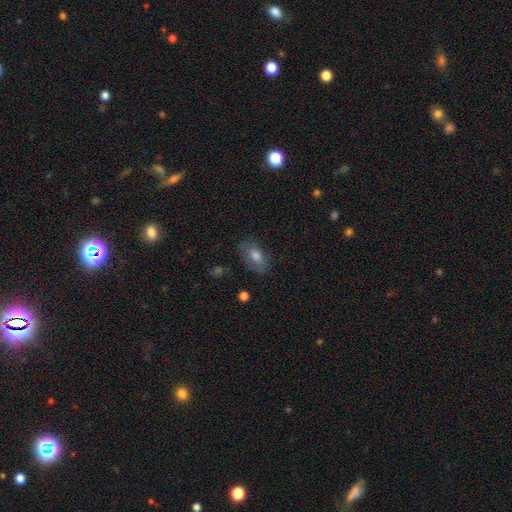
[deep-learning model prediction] A smooth galaxy with no disk features (69%) that is in between round and cigar-shaped (87%). Merging: none (75%).